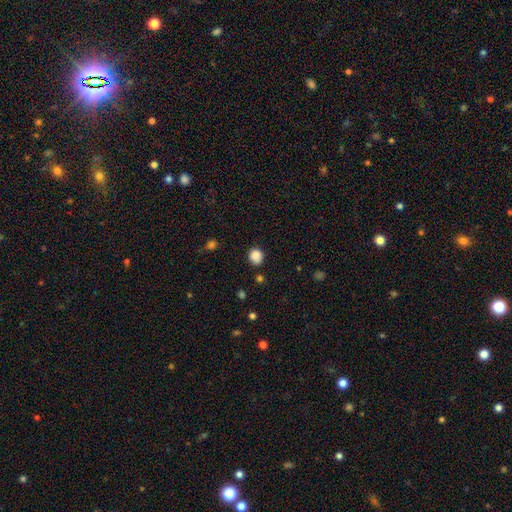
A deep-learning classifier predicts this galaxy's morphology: A smooth galaxy with no disk features (86%) that is round (74%). Merging: none (76%).